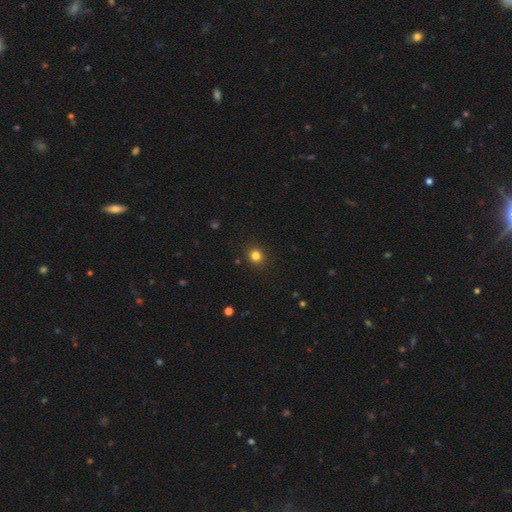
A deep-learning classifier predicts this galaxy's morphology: type=smooth (82%); roundness=round (87%); merging=none (91%).